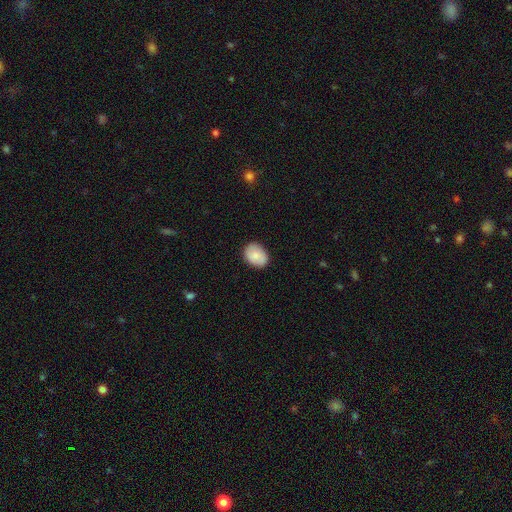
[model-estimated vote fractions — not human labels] Smooth or featured: smooth — 84% (featured or disk — 9%)
How rounded: in between — 70% (round — 29%)
Merging: none — 87% (minor disturbance — 10%)